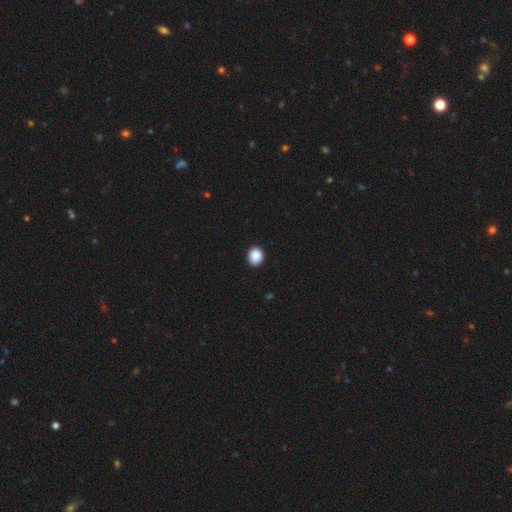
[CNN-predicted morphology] The model was most divided on "how rounded": round: 71%, in between: 28%, cigar-shaped: 1%. More confident: merging — none (91%); smooth or featured — smooth (89%).